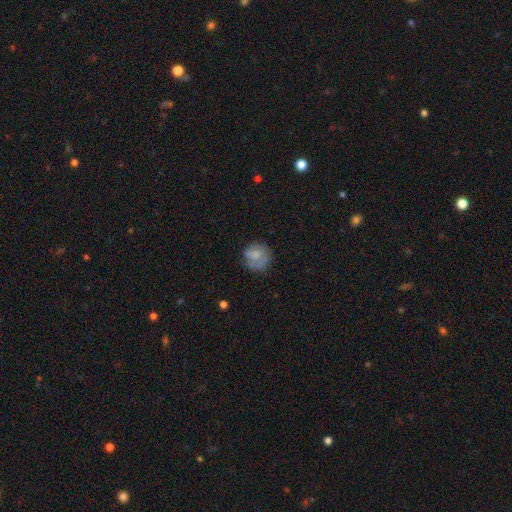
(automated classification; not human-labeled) This appears to be a smooth galaxy with no disk features (65%) that is round (83%). Merging: none (61%).